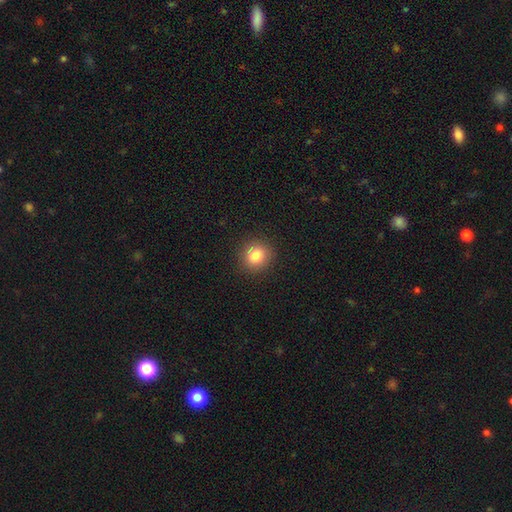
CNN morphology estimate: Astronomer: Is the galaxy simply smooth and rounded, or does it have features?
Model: smooth — 82%.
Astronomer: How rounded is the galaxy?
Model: round — 86%.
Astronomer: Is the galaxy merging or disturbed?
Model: none — 90%.